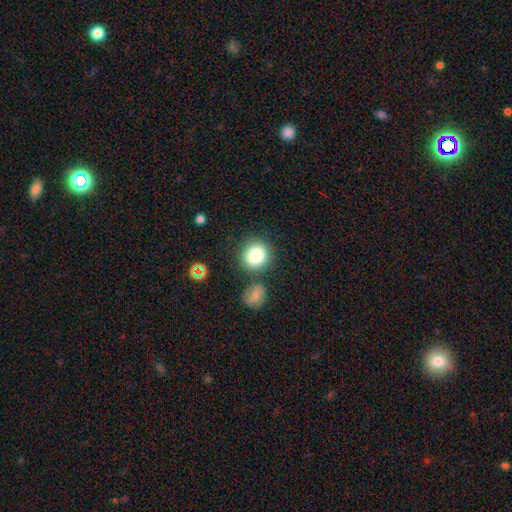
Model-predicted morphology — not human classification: This is clearly a smooth galaxy (82%). How rounded: clearly round (88%). Merging: likely none (77%).